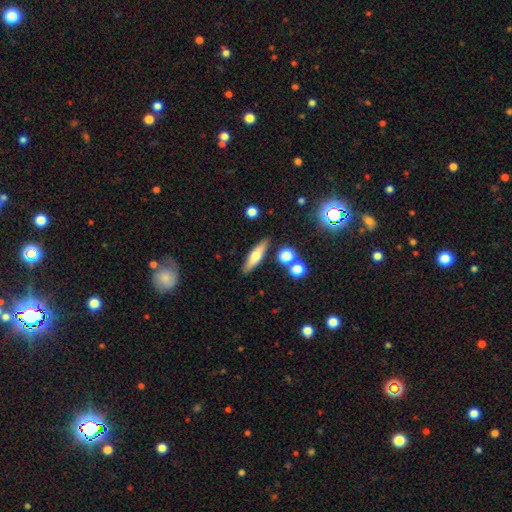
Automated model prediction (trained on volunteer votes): Smooth or featured? Predicted: smooth (p=0.57). How rounded? Predicted: cigar-shaped (p=0.64). Merging? Predicted: none (p=0.84).